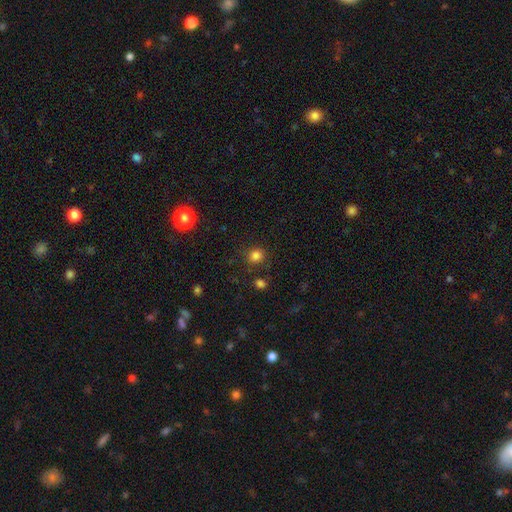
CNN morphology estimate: A smooth galaxy with no disk features (81%) that is round (89%). Merging: none (83%).